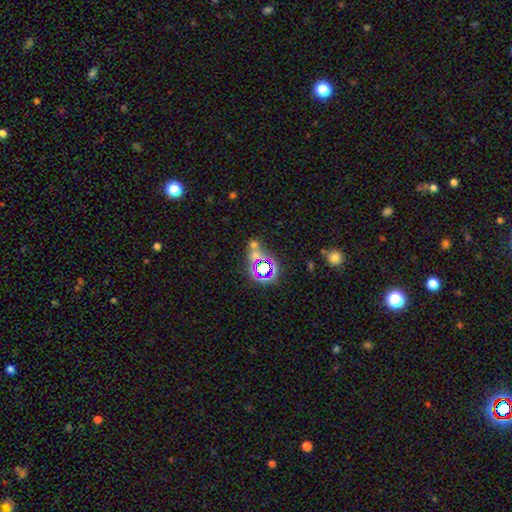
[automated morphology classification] Q: Smooth or featured?
A: star or artifact (49%); runner-up: smooth (39%)